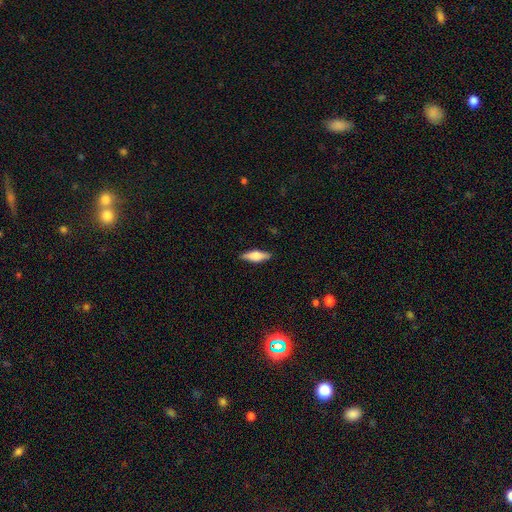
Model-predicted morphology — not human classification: This is possibly a smooth galaxy (59%). How rounded: possibly cigar-shaped (50%). Merging: clearly none (88%).